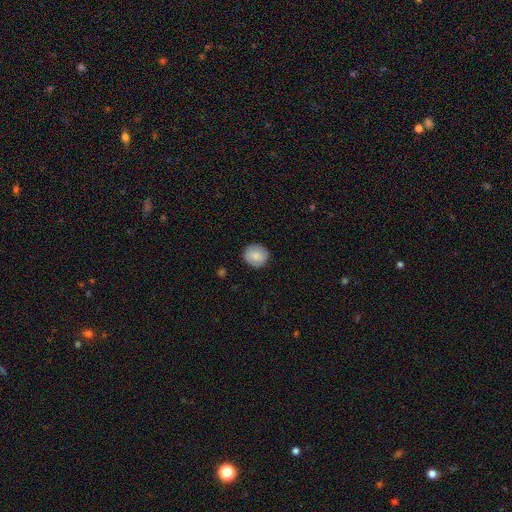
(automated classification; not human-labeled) Smooth or featured: smooth — 83% (featured or disk — 10%)
How rounded: round — 87% (in between — 12%)
Merging: none — 88% (minor disturbance — 9%)